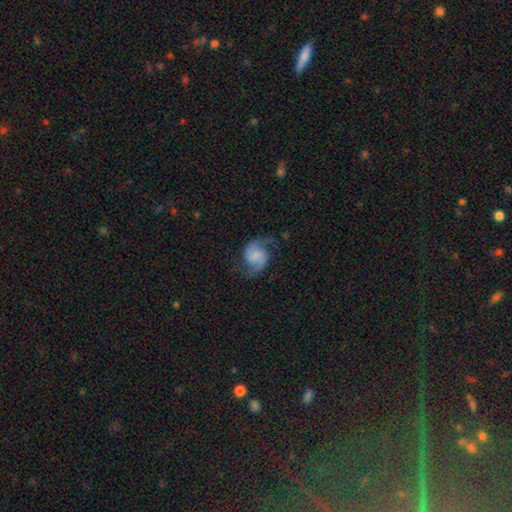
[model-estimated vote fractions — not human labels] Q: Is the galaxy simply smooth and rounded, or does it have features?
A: featured or disk — 84%.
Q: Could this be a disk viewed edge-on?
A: no — 98%.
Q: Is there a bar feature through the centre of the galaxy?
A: no — 55%.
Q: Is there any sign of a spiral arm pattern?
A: yes — 97%.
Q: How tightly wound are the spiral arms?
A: medium — 48%.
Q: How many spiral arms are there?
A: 2 — 94%.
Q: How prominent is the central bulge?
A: none — 49%.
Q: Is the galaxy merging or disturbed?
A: none — 77%.